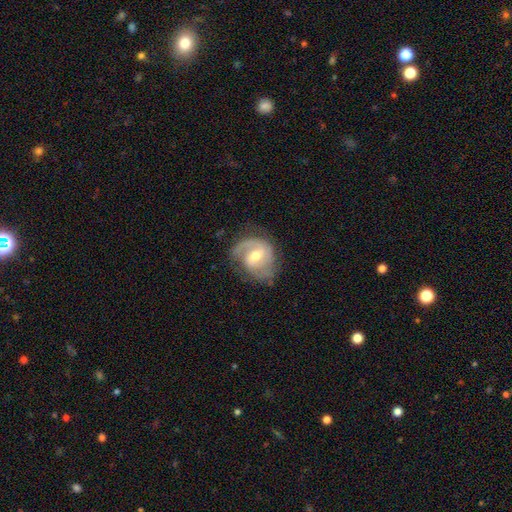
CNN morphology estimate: Smooth or featured? Predicted: featured or disk (p=0.82). Edge-on disk? Predicted: no (p=0.97). Bar? Predicted: weak (p=0.54). Spiral arms? Predicted: yes (p=0.93). Spiral winding? Predicted: medium (p=0.45). Spiral arm count? Predicted: 2 (p=0.61). Bulge size? Predicted: moderate (p=0.66). Merging? Predicted: none (p=0.62).